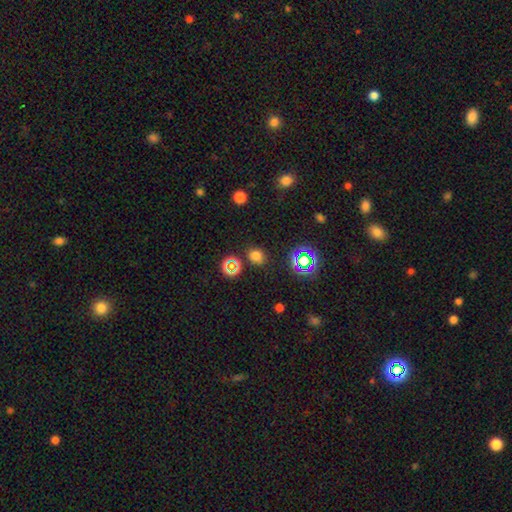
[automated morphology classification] This is likely a smooth galaxy (64%). How rounded: likely round (67%). Merging: clearly none (82%).